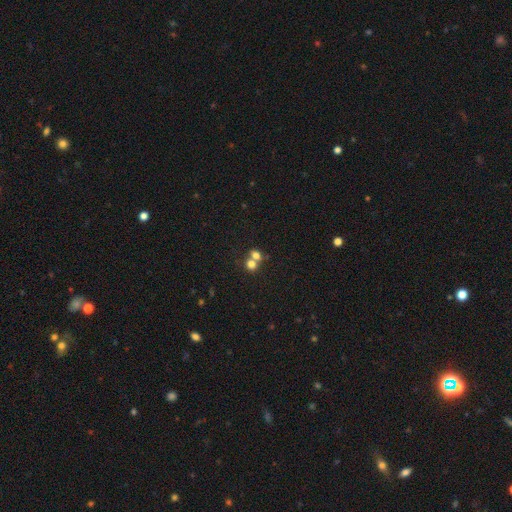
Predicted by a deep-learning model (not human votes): Morphology: type=smooth (72%); roundness=round (73%); merging=merger (56%).